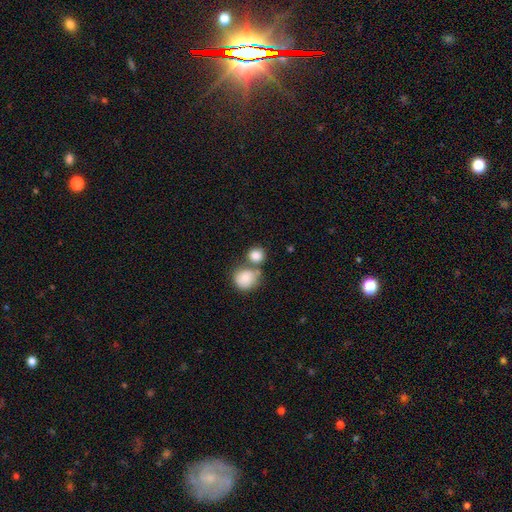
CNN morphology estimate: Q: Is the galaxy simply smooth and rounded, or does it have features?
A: smooth — 84%.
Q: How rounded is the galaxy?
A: round — 82%.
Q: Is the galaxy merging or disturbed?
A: none — 46%.